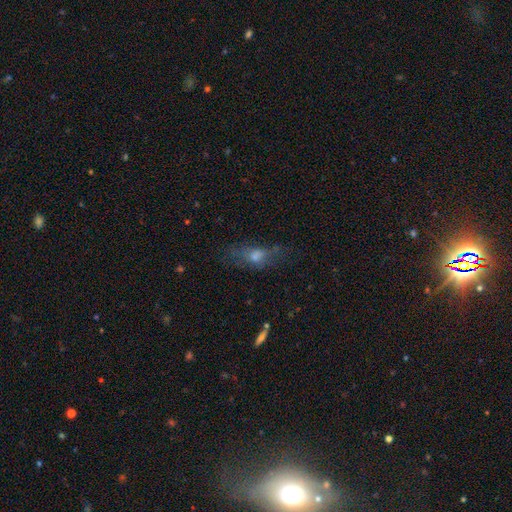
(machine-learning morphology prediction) Smooth or featured? smooth (47%)
Merging? none (59%)